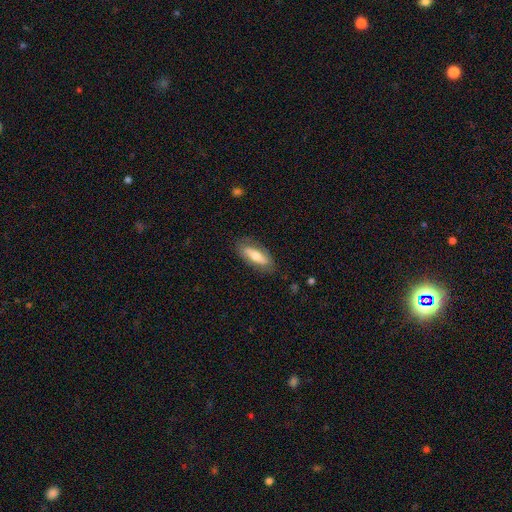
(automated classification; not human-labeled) A smooth galaxy with no disk features (57%) that is in between round and cigar-shaped (63%). Merging: none (81%).